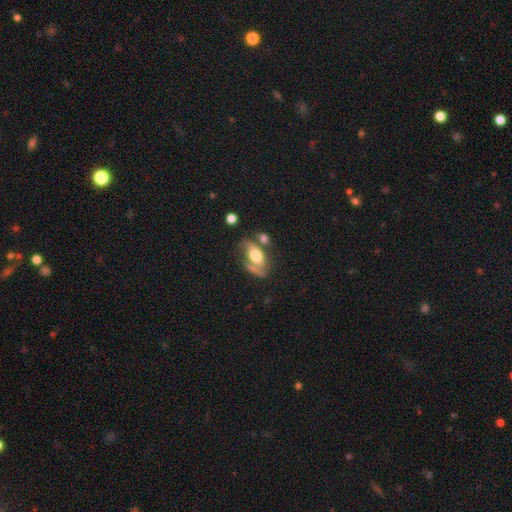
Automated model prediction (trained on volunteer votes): Morphology: type=featured or disk (52%); edge-on=no (77%); merging=none (43%).